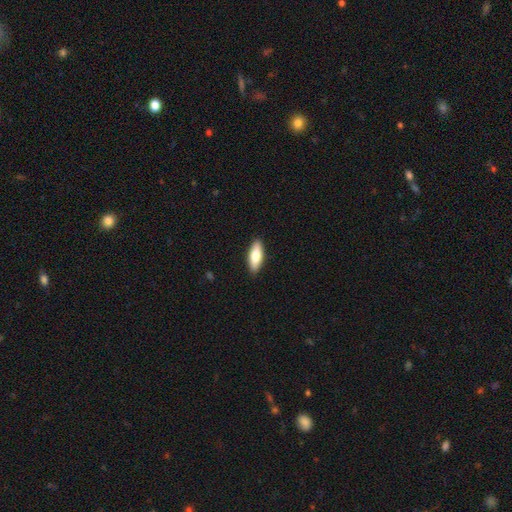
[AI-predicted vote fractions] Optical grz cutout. It shows a smooth galaxy with no disk features (75%) that is in between round and cigar-shaped (70%). Merging: none (90%).